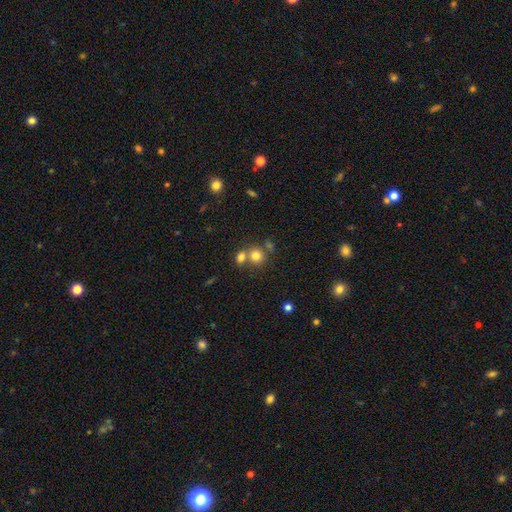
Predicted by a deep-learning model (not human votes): Smooth or featured: smooth — 76% (star or artifact — 13%)
How rounded: round — 81% (in between — 18%)
Merging: none — 48% (merger — 39%)